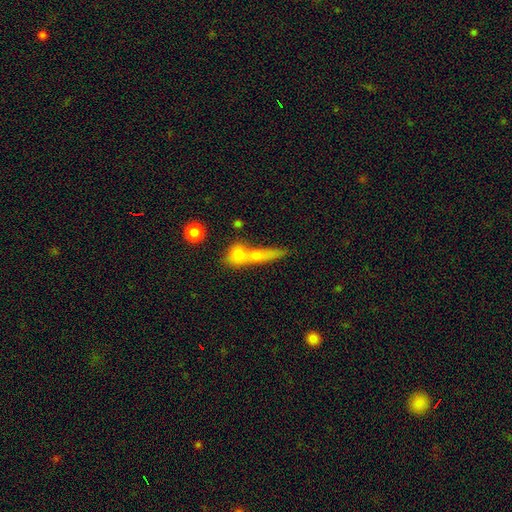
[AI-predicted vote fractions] Q: Smooth or featured?
A: smooth (48%); runner-up: featured or disk (35%)
Q: Merging?
A: none (45%); runner-up: merger (37%)